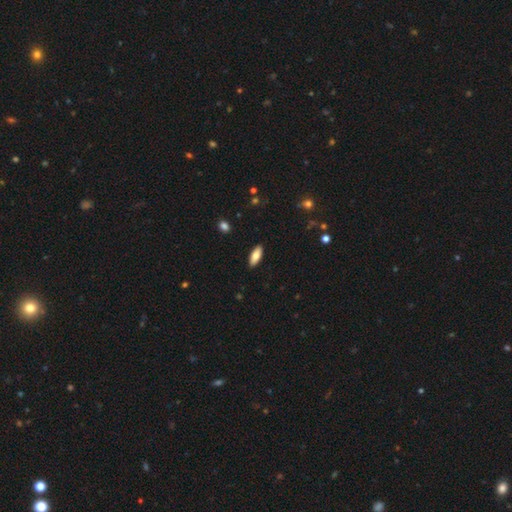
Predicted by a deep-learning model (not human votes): Q: Smooth or featured?
A: smooth (78%); runner-up: featured or disk (16%)
Q: How rounded?
A: in between (72%); runner-up: cigar-shaped (26%)
Q: Merging?
A: none (90%); runner-up: minor disturbance (7%)